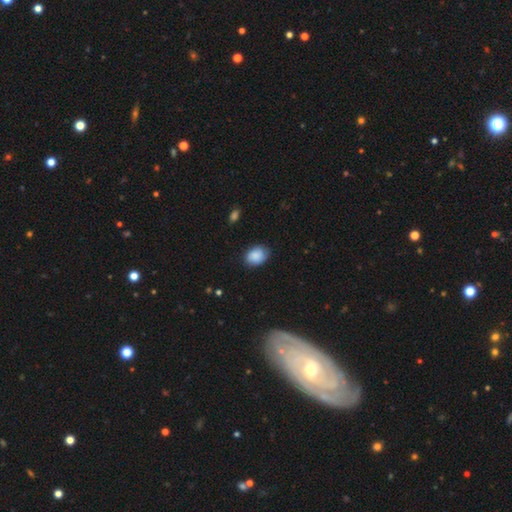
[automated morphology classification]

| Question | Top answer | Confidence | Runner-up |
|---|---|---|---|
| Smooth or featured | smooth | 86% | star or artifact (7%) |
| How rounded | in between | 70% | round (29%) |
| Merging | none | 79% | minor disturbance (16%) |